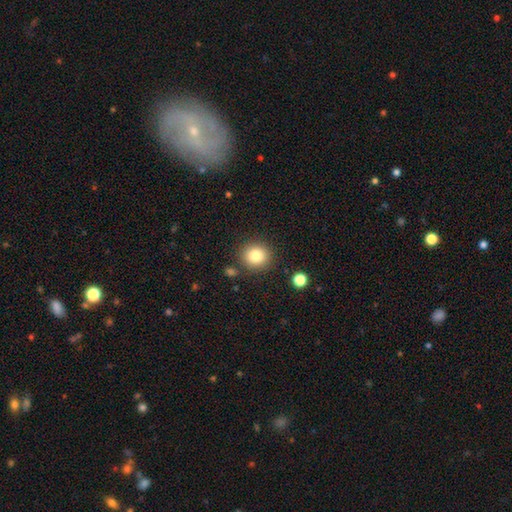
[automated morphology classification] Smooth or featured?
  - smooth: 83% *
  - star or artifact: 10%
  - featured or disk: 7%
How rounded?
  - round: 87% *
  - in between: 12%
  - cigar-shaped: 1%
Merging?
  - none: 85% *
  - minor disturbance: 8%
  - merger: 4%
  - major disturbance: 3%